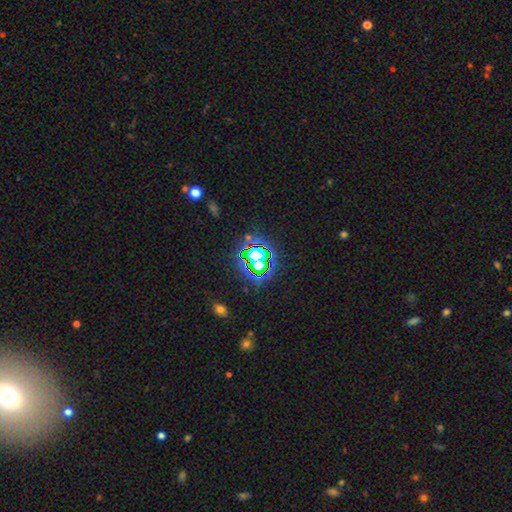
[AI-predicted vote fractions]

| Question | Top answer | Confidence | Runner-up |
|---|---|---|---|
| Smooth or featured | star or artifact | 74% | smooth (14%) |